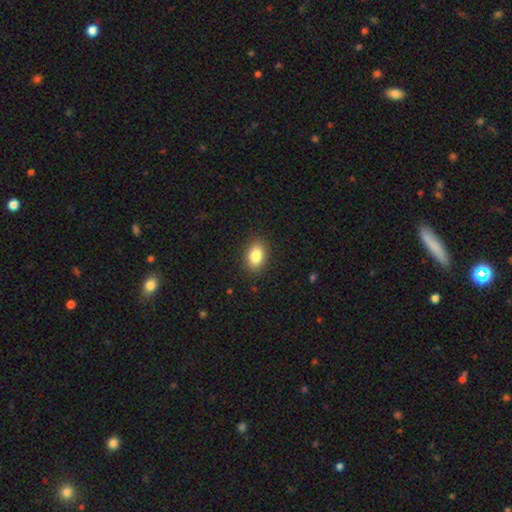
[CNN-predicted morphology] Overall: smooth (85%). How rounded: in between (82%). Merging: none (88%).